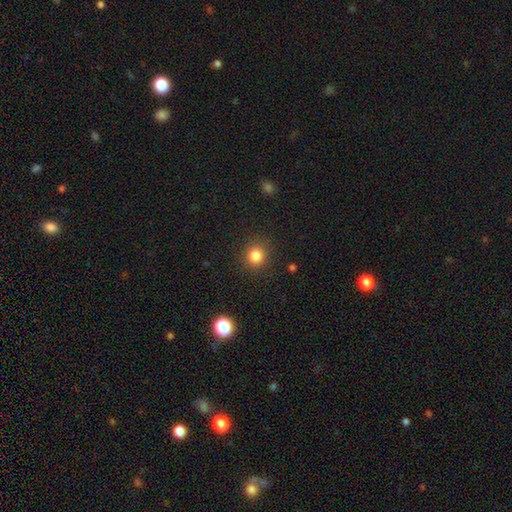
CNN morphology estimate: Q: Smooth or featured?
A: smooth (83%); runner-up: star or artifact (12%)
Q: How rounded?
A: round (90%); runner-up: in between (9%)
Q: Merging?
A: none (89%); runner-up: minor disturbance (7%)